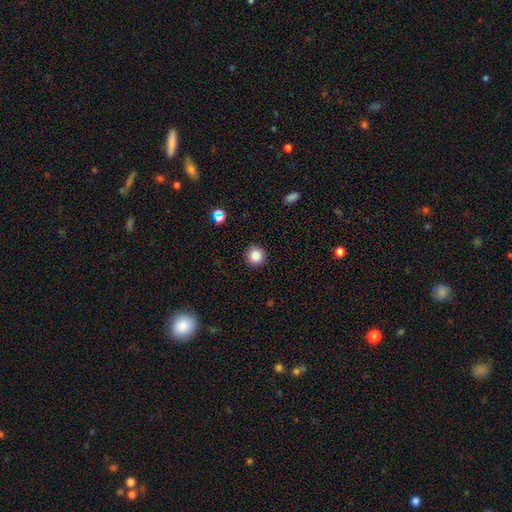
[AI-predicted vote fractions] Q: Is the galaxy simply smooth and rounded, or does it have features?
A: smooth — 85%.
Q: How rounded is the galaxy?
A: round — 95%.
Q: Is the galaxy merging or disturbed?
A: none — 91%.